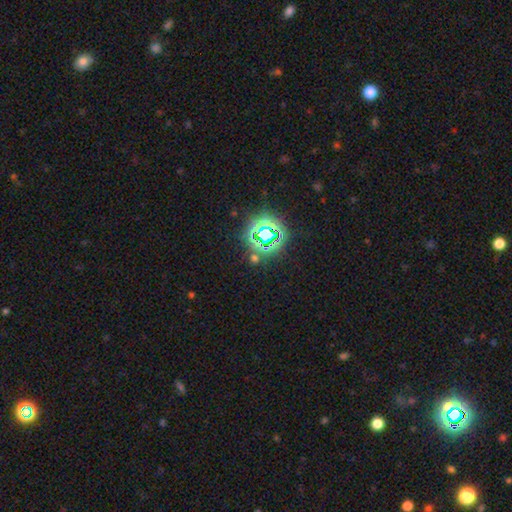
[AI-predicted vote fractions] Smooth or featured? star or artifact (75%)